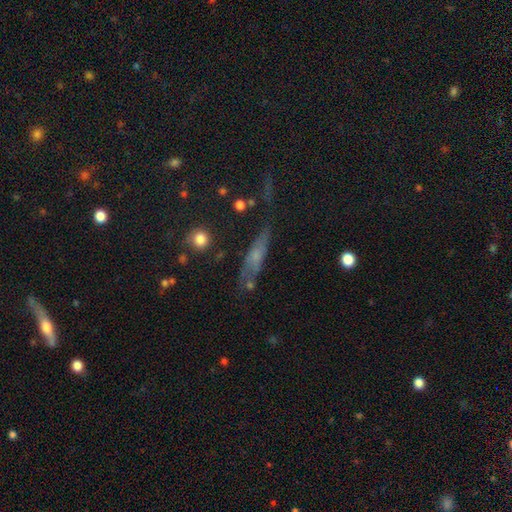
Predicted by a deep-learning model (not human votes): A smooth galaxy with no disk features (46%).

Vote fractions:
- Smooth or featured? smooth: 46% / featured or disk: 39% / star or artifact: 15%
- Merging? none: 61% / minor disturbance: 23% / major disturbance: 10% / merger: 6%